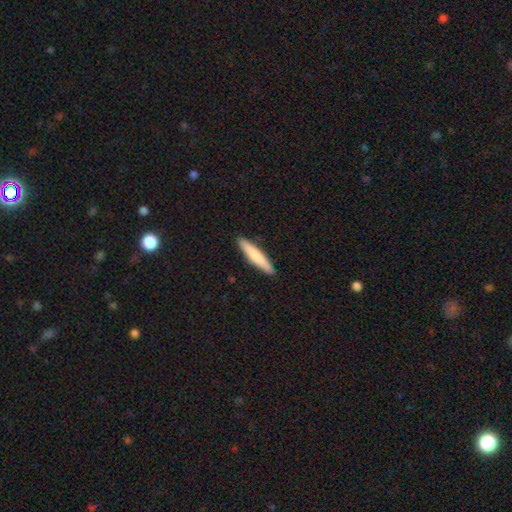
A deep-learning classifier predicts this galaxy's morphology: This is likely a smooth galaxy (77%). How rounded: clearly cigar-shaped (91%). Merging: clearly none (91%).